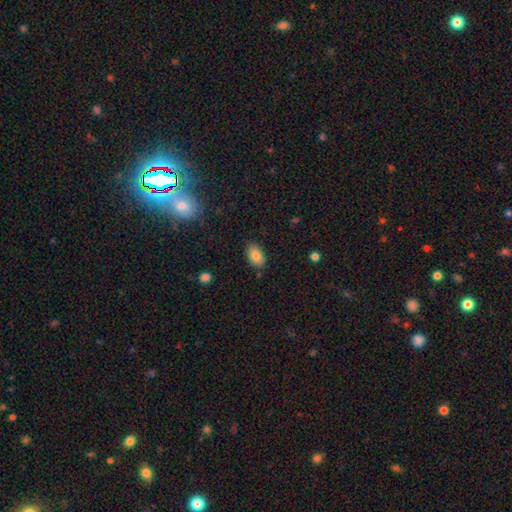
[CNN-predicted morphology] smooth_or_featured: smooth (p=0.83) [alt: featured or disk p=0.09]
how_rounded: in between (p=0.91) [alt: round p=0.07]
merging: none (p=0.83) [alt: minor disturbance p=0.13]